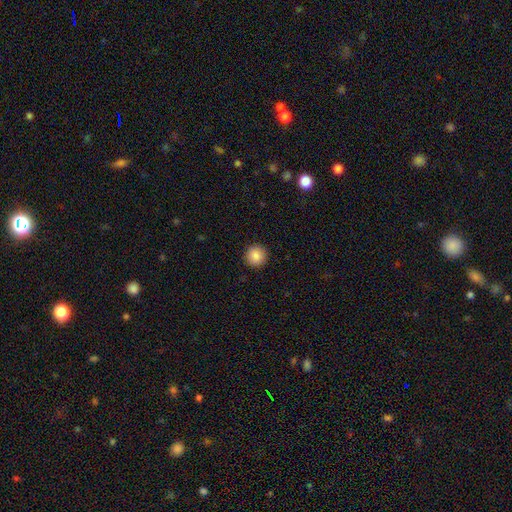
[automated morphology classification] A smooth galaxy with no disk features (88%) that is round (94%).

Vote fractions:
- Smooth or featured? smooth: 88% / star or artifact: 9% / featured or disk: 4%
- How rounded? round: 94% / in between: 5% / cigar-shaped: 1%
- Merging? none: 92% / minor disturbance: 5% / major disturbance: 2% / merger: 1%